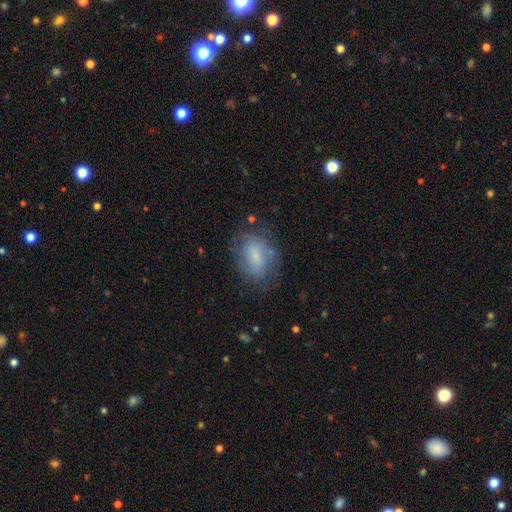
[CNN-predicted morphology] Smooth or featured: smooth — 63% (featured or disk — 28%)
How rounded: in between — 82% (round — 16%)
Merging: none — 65% (minor disturbance — 22%)